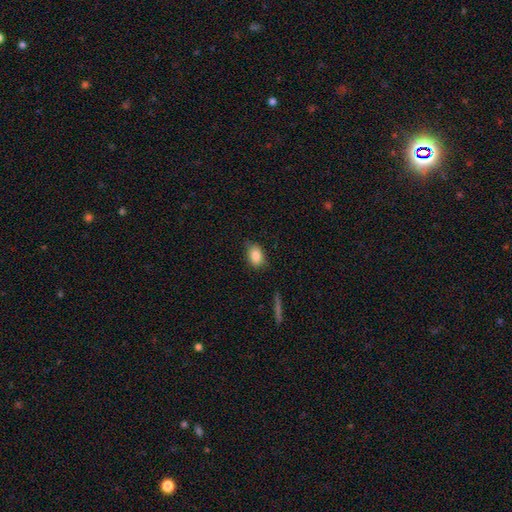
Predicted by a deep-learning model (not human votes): Smooth or featured: smooth — 85% (star or artifact — 8%)
How rounded: in between — 82% (round — 16%)
Merging: none — 77% (minor disturbance — 18%)